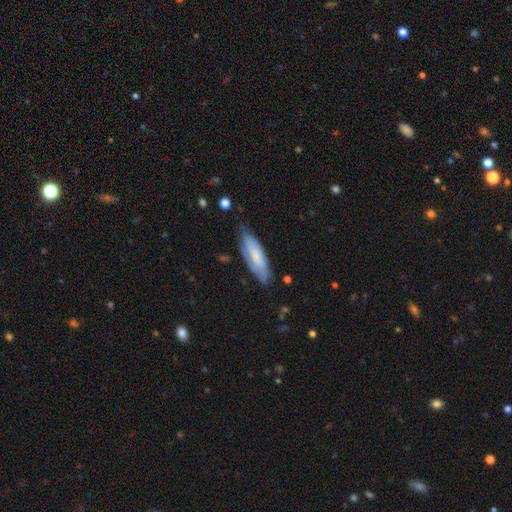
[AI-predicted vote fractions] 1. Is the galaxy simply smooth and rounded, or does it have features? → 55% smooth, 39% featured or disk, 7% star or artifact.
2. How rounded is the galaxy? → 52% in between, 46% cigar-shaped, 2% round.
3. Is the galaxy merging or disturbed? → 67% none, 25% minor disturbance, 6% major disturbance, 2% merger.